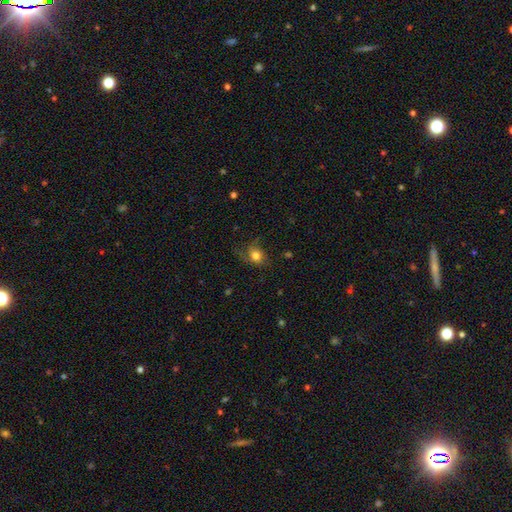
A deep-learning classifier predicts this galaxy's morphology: A smooth galaxy with no disk features (69%) that is round (61%).

Vote fractions:
- Smooth or featured? smooth: 69% / featured or disk: 19% / star or artifact: 12%
- How rounded? round: 61% / in between: 38% / cigar-shaped: 1%
- Merging? none: 53% / minor disturbance: 25% / major disturbance: 20% / merger: 2%